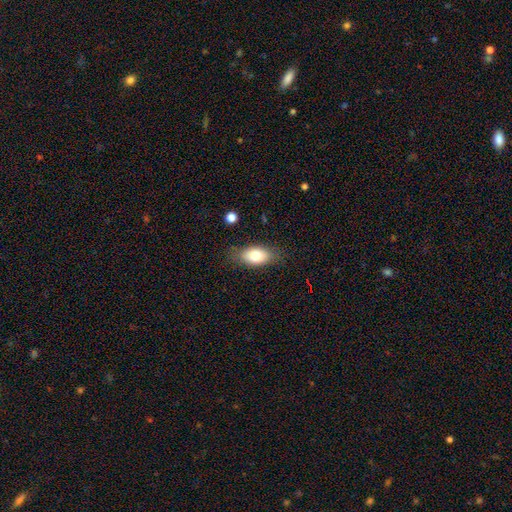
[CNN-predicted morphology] smooth_or_featured: smooth (p=0.77) [alt: featured or disk p=0.16]
how_rounded: in between (p=0.89) [alt: round p=0.06]
merging: none (p=0.78) [alt: minor disturbance p=0.16]